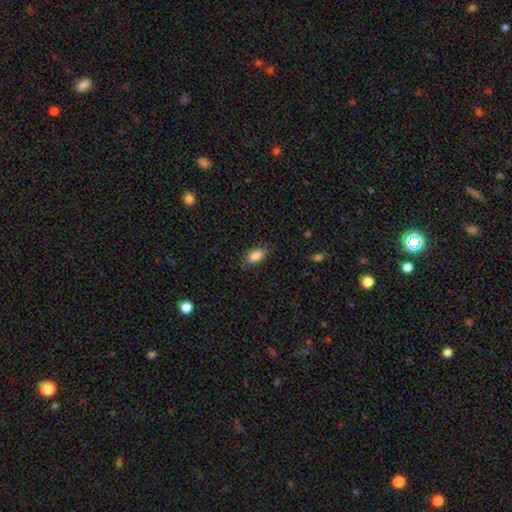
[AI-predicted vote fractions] smooth 86%, star or artifact 8%, featured or disk 7%. Down the decision tree: how rounded — in between (90%); merging — none (80%).